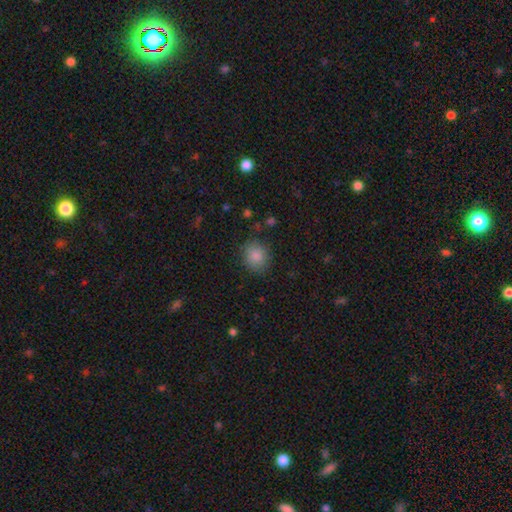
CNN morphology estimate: This appears to be a smooth galaxy with no disk features (86%) that is round (73%). Merging: none (84%).